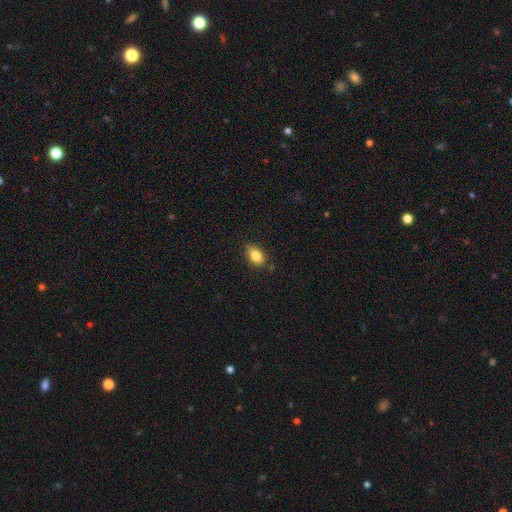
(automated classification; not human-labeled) Smooth or featured? smooth (85%)
How rounded? in between (88%)
Merging? none (79%)